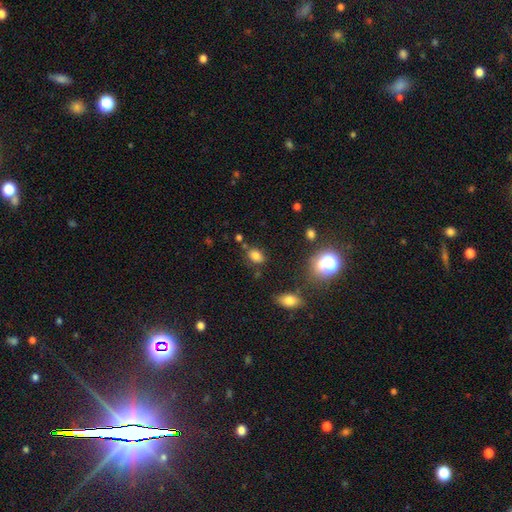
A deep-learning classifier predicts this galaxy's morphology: The model was most divided on "how rounded": in between: 72%, round: 26%, cigar-shaped: 2%. More confident: smooth or featured — smooth (78%); merging — none (73%).